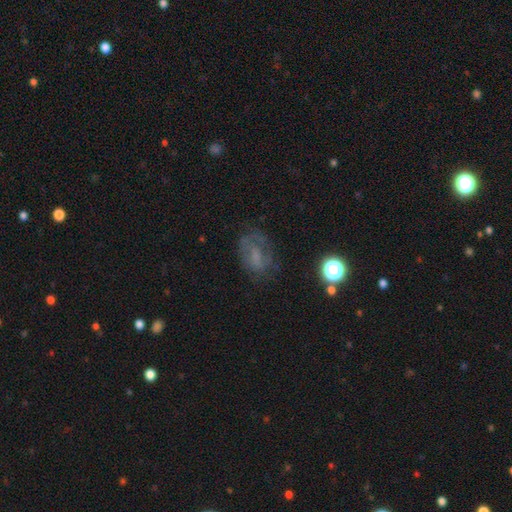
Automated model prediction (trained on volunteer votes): Morphology: type=smooth (40%); merging=none (58%).